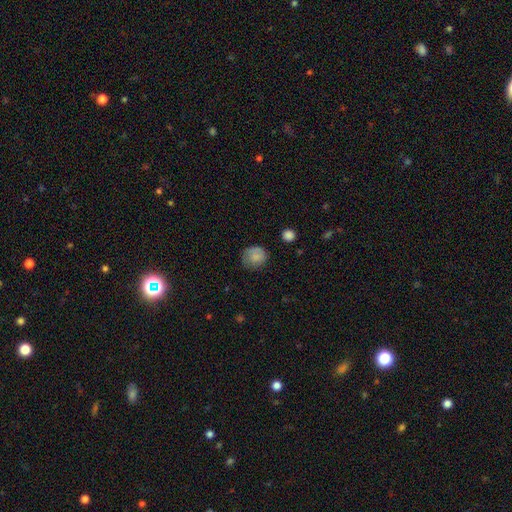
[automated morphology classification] Smooth or featured?
  - smooth: 78% *
  - featured or disk: 12%
  - star or artifact: 9%
How rounded?
  - round: 77% *
  - in between: 22%
  - cigar-shaped: 1%
Merging?
  - none: 64% *
  - minor disturbance: 25%
  - major disturbance: 9%
  - merger: 2%